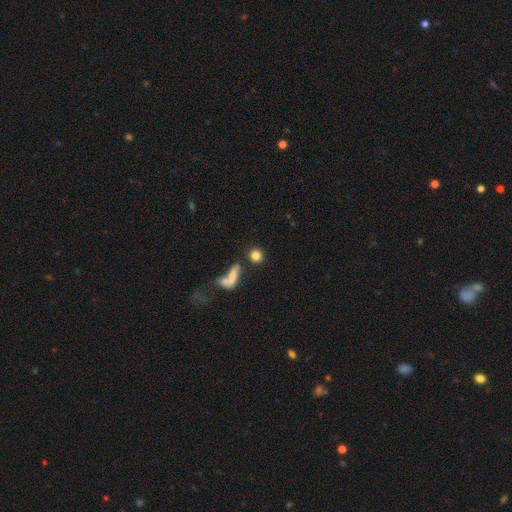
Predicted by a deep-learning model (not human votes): Smooth or featured? Predicted: smooth (p=0.82). How rounded? Predicted: round (p=0.83). Merging? Predicted: none (p=0.68).